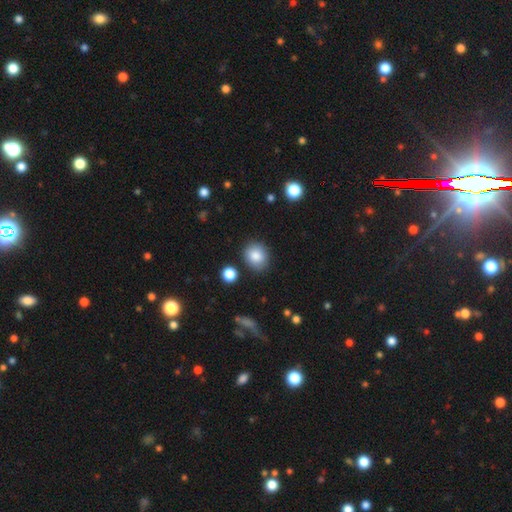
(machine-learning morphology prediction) The model was most divided on "how rounded": round: 71%, in between: 28%, cigar-shaped: 1%. More confident: smooth or featured — smooth (85%); merging — none (85%).